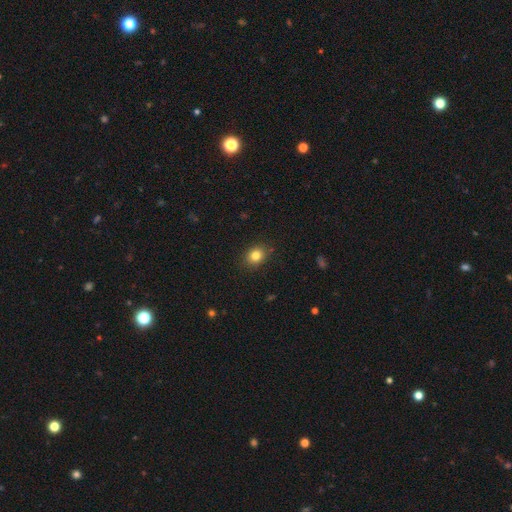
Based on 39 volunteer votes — smooth 79%, featured or disk 13%, star or artifact 8%. Down the decision tree: how rounded — round (55%); merging — none (97%).